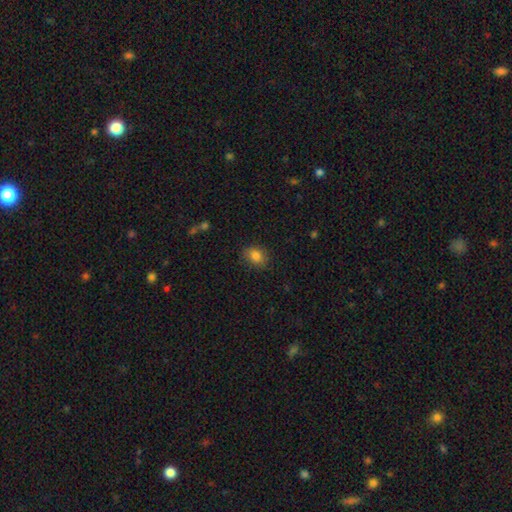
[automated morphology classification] type=smooth (84%); roundness=in between (56%); merging=none (84%).